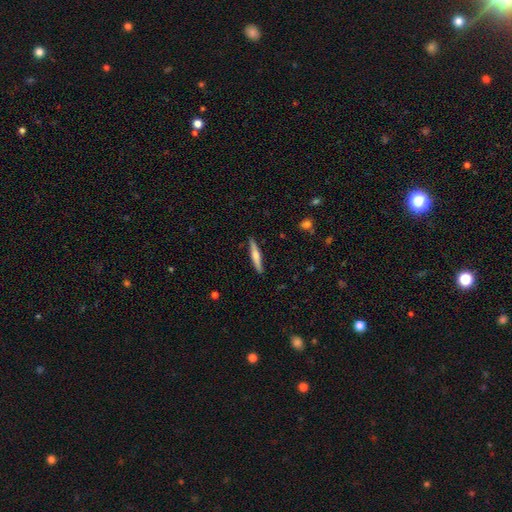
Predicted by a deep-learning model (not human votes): Overall: smooth (53%; featured or disk 42%). How rounded: cigar-shaped (92%). Merging: none (89%).